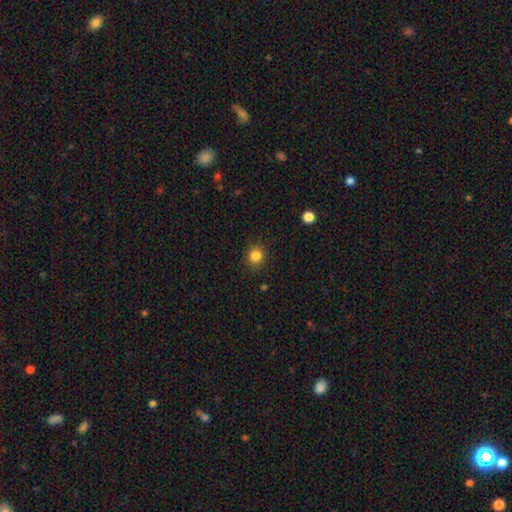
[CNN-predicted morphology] Smooth or featured? Predicted: smooth (p=0.85). How rounded? Predicted: round (p=0.87). Merging? Predicted: none (p=0.90).